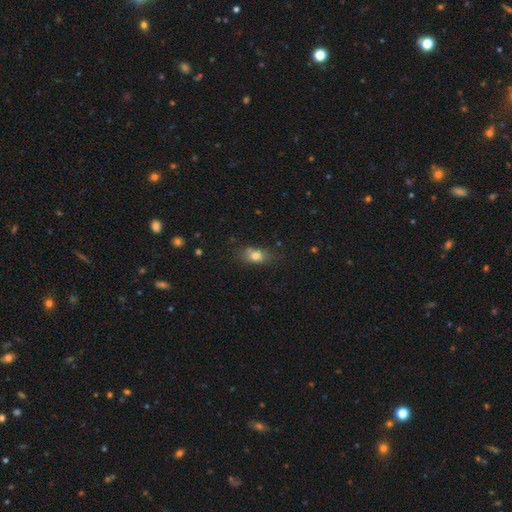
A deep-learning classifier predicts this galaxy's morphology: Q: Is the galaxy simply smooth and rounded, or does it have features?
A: smooth — 76%.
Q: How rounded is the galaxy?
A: in between — 69%.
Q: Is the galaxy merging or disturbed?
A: none — 65%.